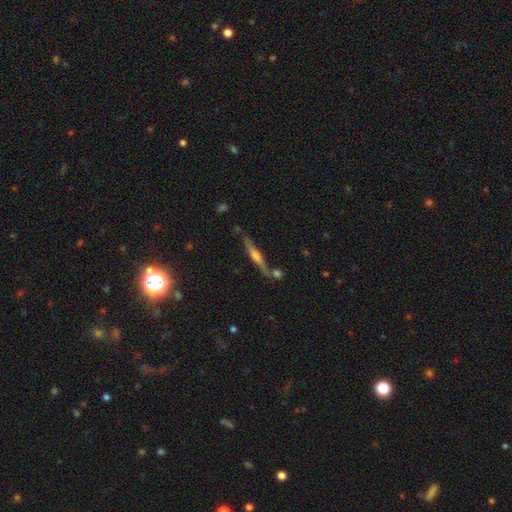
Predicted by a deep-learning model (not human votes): Smooth or featured? featured or disk (71%)
Edge-on disk? yes (96%)
Edge-on bulge? rounded (67%)
Merging? none (76%)